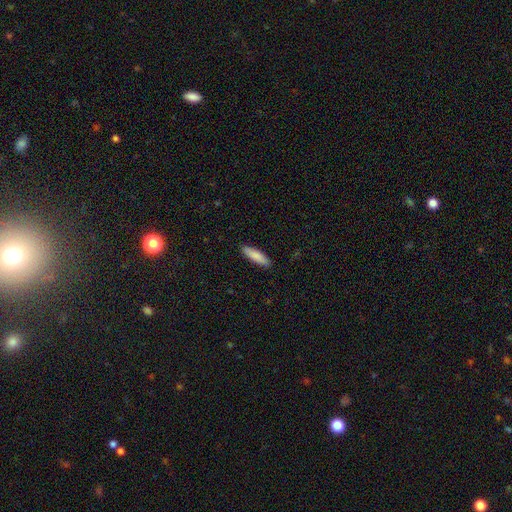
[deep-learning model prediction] A smooth galaxy with no disk features (85%) that is cigar-shaped (72%). Merging: none (90%).